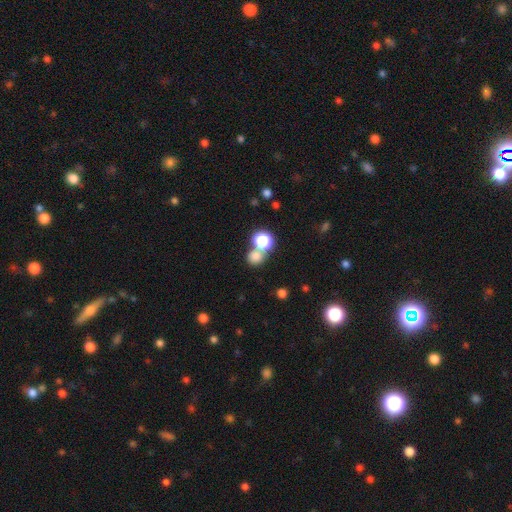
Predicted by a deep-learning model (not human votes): This appears to be a smooth galaxy with no disk features (72%) that is round (85%). Merging: none (57%).